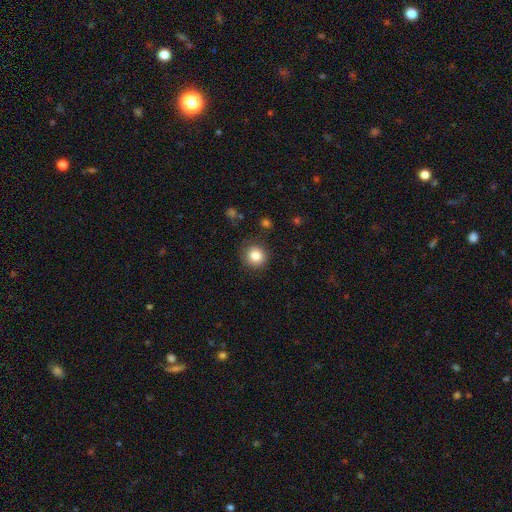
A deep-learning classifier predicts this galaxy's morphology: Smooth or featured? smooth (83%)
How rounded? round (93%)
Merging? none (87%)